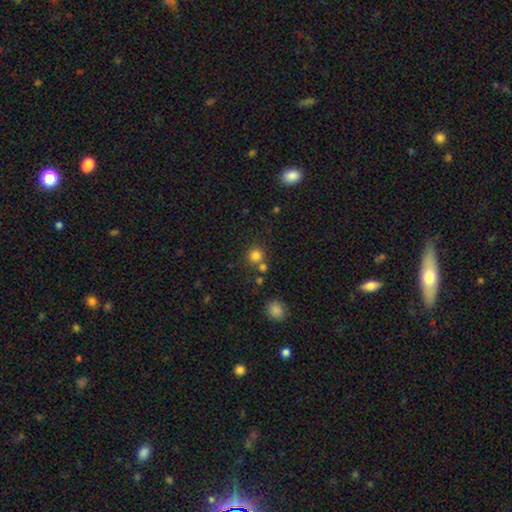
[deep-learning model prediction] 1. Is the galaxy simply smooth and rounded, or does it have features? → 80% smooth, 14% star or artifact, 6% featured or disk.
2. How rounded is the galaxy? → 92% round, 7% in between, 1% cigar-shaped.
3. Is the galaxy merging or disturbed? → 70% none, 19% merger, 8% minor disturbance, 3% major disturbance.